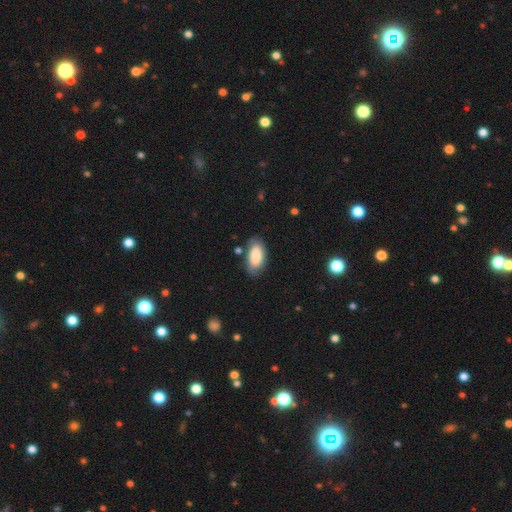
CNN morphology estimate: smooth_or_featured: smooth (p=0.85) [alt: featured or disk p=0.09]
how_rounded: in between (p=0.94) [alt: cigar-shaped p=0.03]
merging: none (p=0.77) [alt: minor disturbance p=0.16]